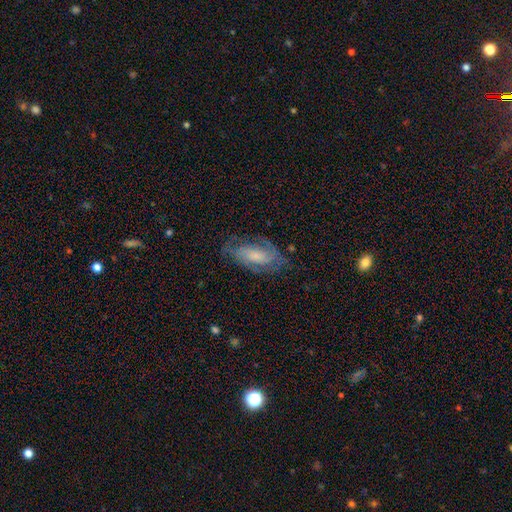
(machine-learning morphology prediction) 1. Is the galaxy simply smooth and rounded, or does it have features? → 63% featured or disk, 29% smooth, 8% star or artifact.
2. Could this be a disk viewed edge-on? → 92% no, 8% yes.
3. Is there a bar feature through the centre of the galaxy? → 58% no, 33% weak, 9% strong.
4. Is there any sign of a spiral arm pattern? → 86% yes, 14% no.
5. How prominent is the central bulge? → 35% moderate, 34% small, 16% none, 13% large, 2% dominant.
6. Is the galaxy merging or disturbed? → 67% none, 21% minor disturbance, 11% major disturbance, 1% merger.